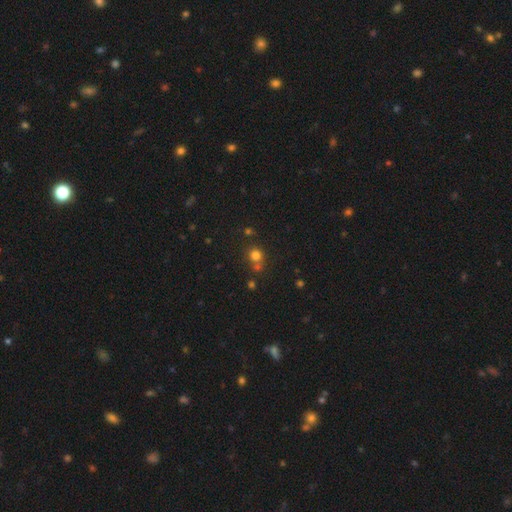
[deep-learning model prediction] Smooth or featured? smooth (75%)
How rounded? round (88%)
Merging? none (63%)